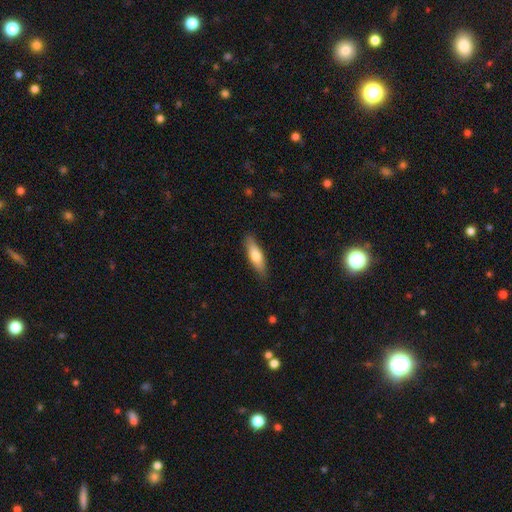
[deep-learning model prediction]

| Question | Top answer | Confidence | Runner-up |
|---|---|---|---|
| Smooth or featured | smooth | 69% | featured or disk (26%) |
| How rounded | cigar-shaped | 56% | in between (42%) |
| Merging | none | 85% | minor disturbance (12%) |